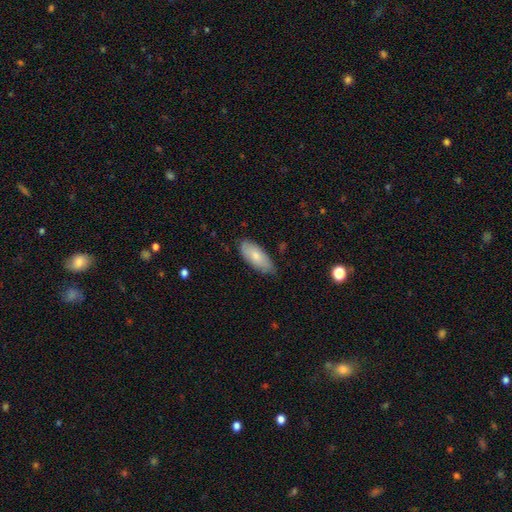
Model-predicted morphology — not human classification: smooth 75%, featured or disk 20%, star or artifact 6%. Down the decision tree: how rounded — in between (86%); merging — none (72%).